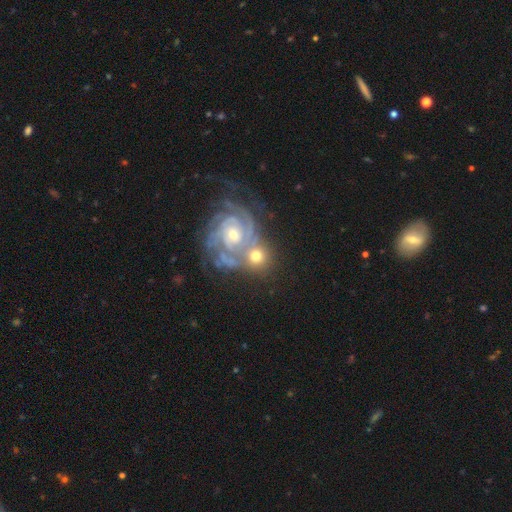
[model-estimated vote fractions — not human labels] Overall: featured or disk (63%; smooth 27%). Edge-on disk: no (96%). Bar: no (69%). Spiral arms: yes (92%). Spiral arm count: 3 (32%; can't tell 24%). Spiral winding: tight (69%). Bulge size: moderate (46%; small 45%). Merging: none (42%; merger 41%).